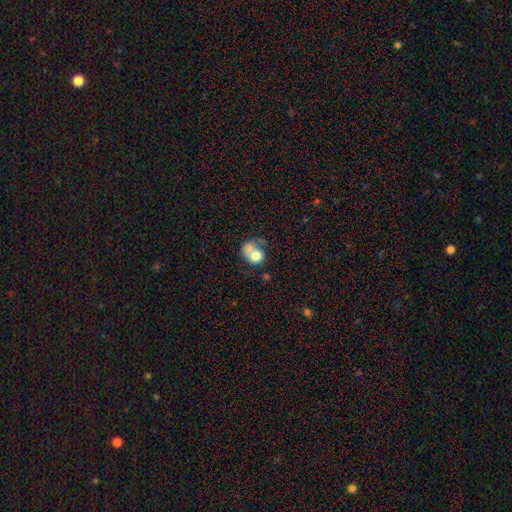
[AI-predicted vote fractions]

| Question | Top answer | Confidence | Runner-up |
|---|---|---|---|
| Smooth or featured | smooth | 67% | featured or disk (25%) |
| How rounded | round | 64% | in between (35%) |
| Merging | merger | 46% | none (22%) |